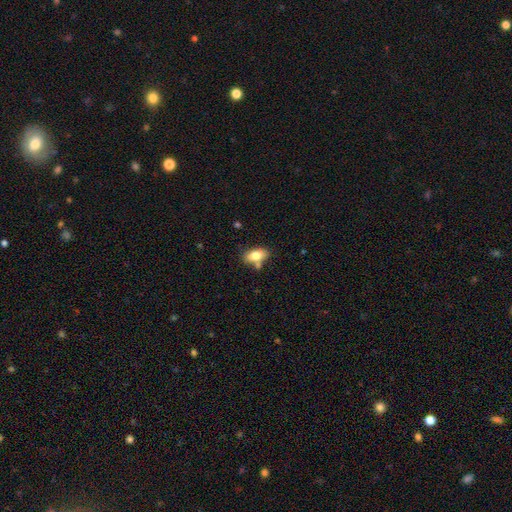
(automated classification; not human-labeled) A smooth galaxy with no disk features (76%) that is in between round and cigar-shaped (89%).

Vote fractions:
- Smooth or featured? smooth: 76% / featured or disk: 16% / star or artifact: 8%
- How rounded? in between: 89% / round: 7% / cigar-shaped: 4%
- Merging? none: 64% / merger: 16% / minor disturbance: 15% / major disturbance: 4%